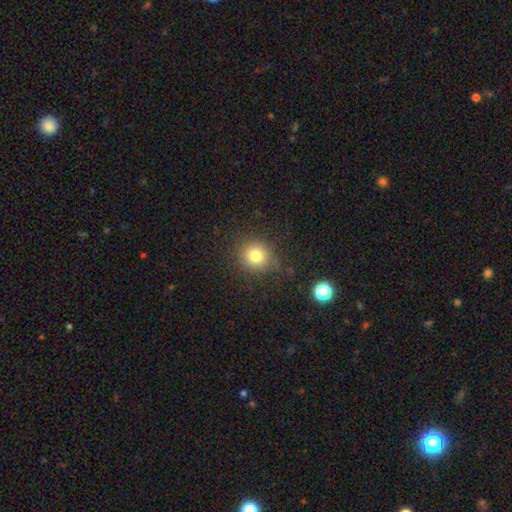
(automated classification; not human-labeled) A smooth galaxy with no disk features (78%) that is round (89%).

Vote fractions:
- Smooth or featured? smooth: 78% / star or artifact: 14% / featured or disk: 8%
- How rounded? round: 89% / in between: 10% / cigar-shaped: 1%
- Merging? none: 83% / minor disturbance: 11% / major disturbance: 4% / merger: 2%